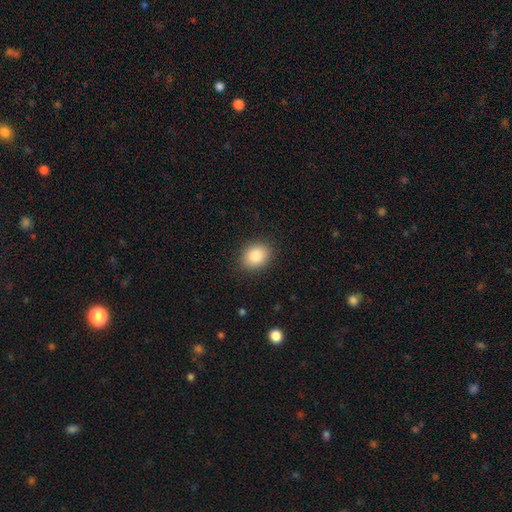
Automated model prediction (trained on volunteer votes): Smooth or featured: smooth — 84% (star or artifact — 9%)
How rounded: round — 52% (in between — 47%)
Merging: none — 88% (minor disturbance — 8%)